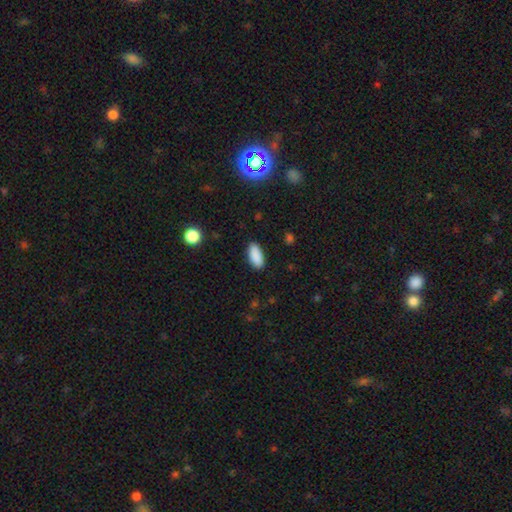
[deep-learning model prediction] Morphology: type=smooth (90%); roundness=in between (88%); merging=none (88%).